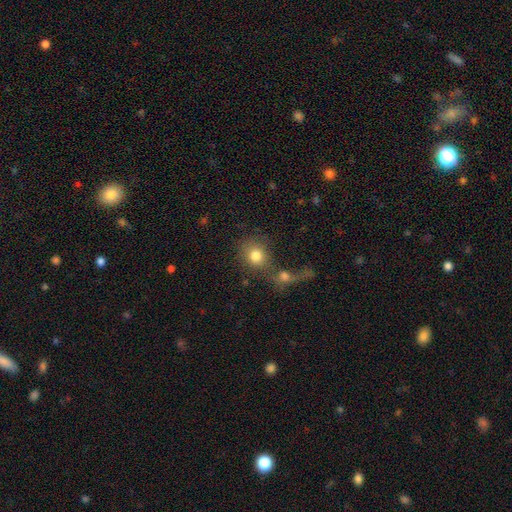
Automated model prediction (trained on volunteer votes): A smooth galaxy with no disk features (80%) that is round (76%).

Vote fractions:
- Smooth or featured? smooth: 80% / star or artifact: 11% / featured or disk: 10%
- How rounded? round: 76% / in between: 22% / cigar-shaped: 1%
- Merging? none: 44% / merger: 39% / minor disturbance: 9% / major disturbance: 9%